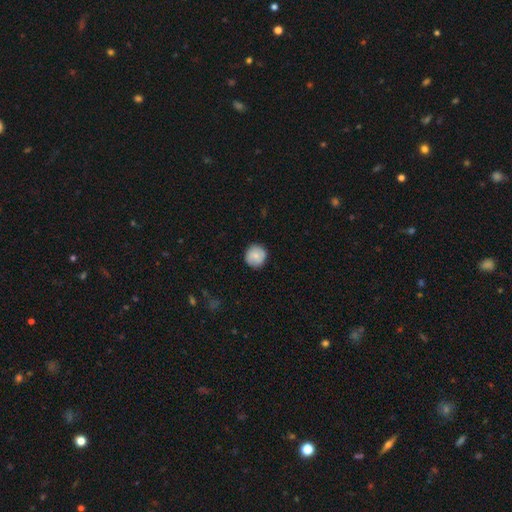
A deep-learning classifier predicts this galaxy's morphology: type=smooth (79%); roundness=round (93%); merging=none (87%).